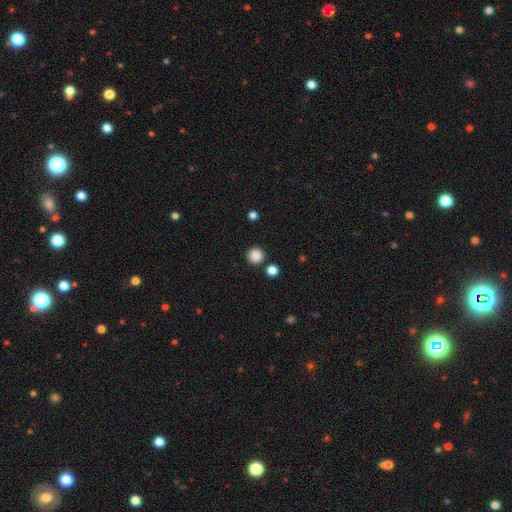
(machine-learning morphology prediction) This is clearly a smooth galaxy (86%). How rounded: clearly round (95%). Merging: clearly none (87%).